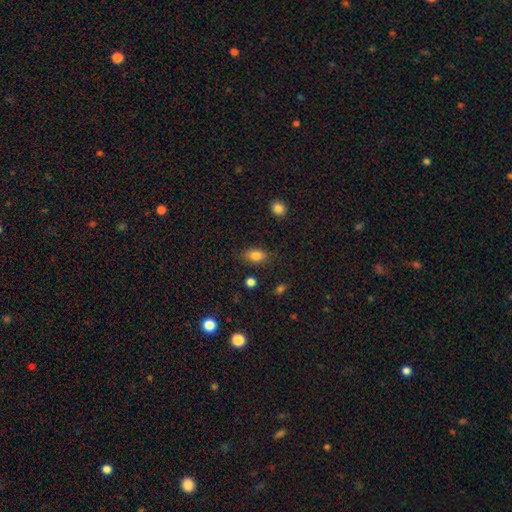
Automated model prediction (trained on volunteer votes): A smooth galaxy with no disk features (83%) that is in between round and cigar-shaped (82%).

Vote fractions:
- Smooth or featured? smooth: 83% / star or artifact: 9% / featured or disk: 8%
- How rounded? in between: 82% / round: 15% / cigar-shaped: 3%
- Merging? none: 79% / minor disturbance: 15% / major disturbance: 4% / merger: 2%